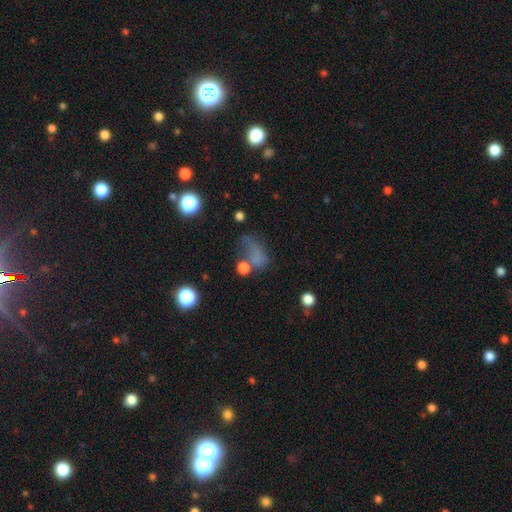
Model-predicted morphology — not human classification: smooth_or_featured: smooth (p=0.56) [alt: star or artifact p=0.22]
how_rounded: in between (p=0.68) [alt: round p=0.28]
merging: major disturbance (p=0.38) [alt: none p=0.29]